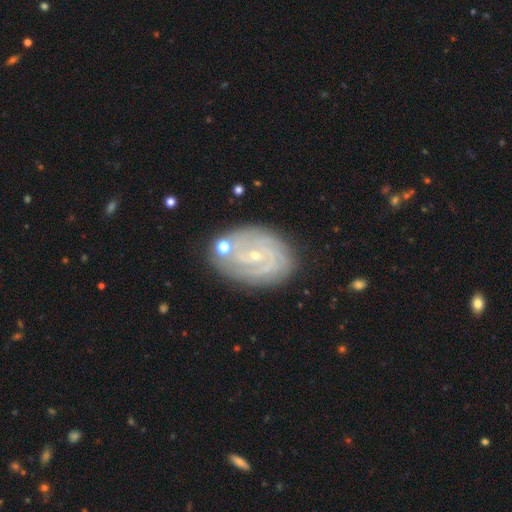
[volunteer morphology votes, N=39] smooth-or-featured: featured or disk: 87% | smooth: 10% | star or artifact: 3%
  disk-edge-on: no: 94% | yes: 6%
    bar: no: 72% | weak: 22% | strong: 6%
    has-spiral-arms: yes: 97% | no: 3%
      spiral-winding: tight: 84% | medium: 16% | loose: 0%
      spiral-arm-count: can't tell: 39% | more than 4: 19% | 4: 16% | 3: 13% | 2: 10% | 1: 3%
    bulge-size: small: 84% | moderate: 12% | dominant: 3% | large: 0% | none: 0%
  merging: none: 79% | minor disturbance: 8% | merger: 8% | major disturbance: 5%